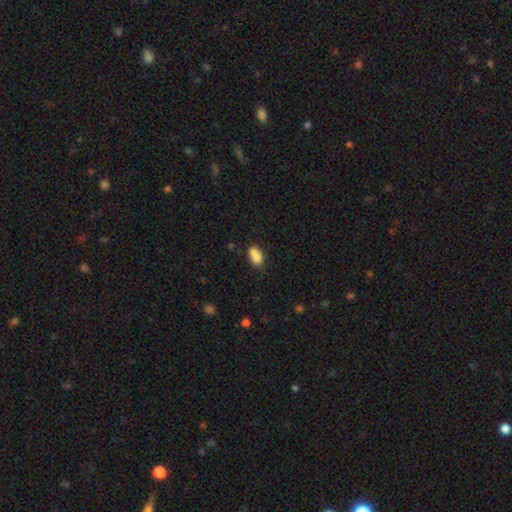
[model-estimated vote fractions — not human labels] Smooth or featured?
  - smooth: 79% *
  - featured or disk: 11%
  - star or artifact: 9%
How rounded?
  - in between: 85% *
  - round: 9%
  - cigar-shaped: 6%
Merging?
  - none: 45% *
  - merger: 31%
  - minor disturbance: 18%
  - major disturbance: 5%